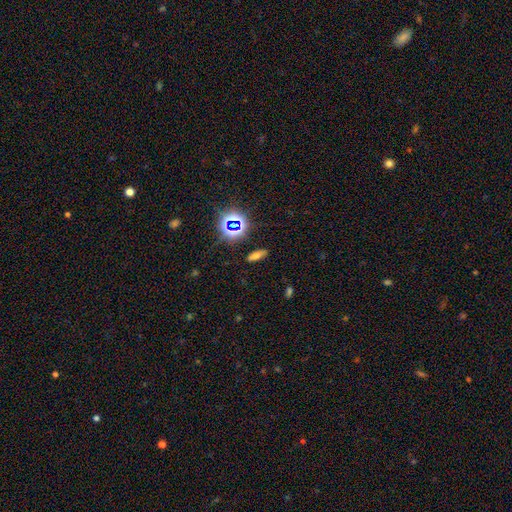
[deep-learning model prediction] Morphology: type=smooth (55%); roundness=in between (60%); merging=none (86%).